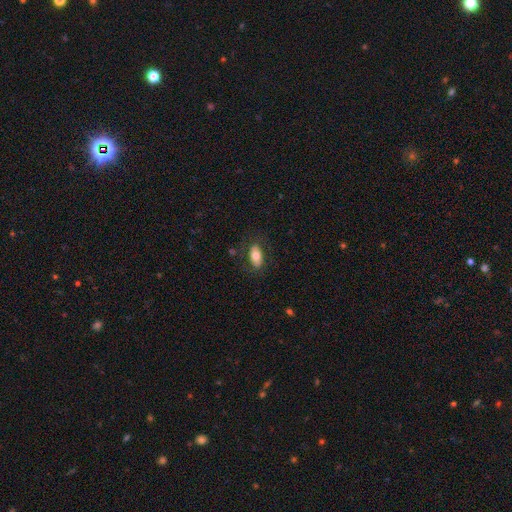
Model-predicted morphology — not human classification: smooth-or-featured: smooth: 74% | featured or disk: 19% | star or artifact: 7%
  how-rounded: in between: 92% | round: 5% | cigar-shaped: 4%
  merging: none: 79% | minor disturbance: 14% | major disturbance: 5% | merger: 2%